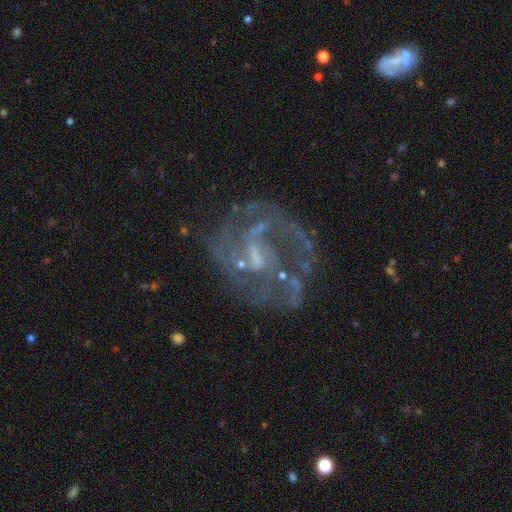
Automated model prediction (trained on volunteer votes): Smooth or featured? featured or disk (86%)
Edge-on disk? no (98%)
Bar? weak (55%)
Spiral arms? yes (91%)
Spiral winding? medium (51%)
Spiral arm count? 2 (52%)
Bulge size? small (41%)
Merging? none (59%)